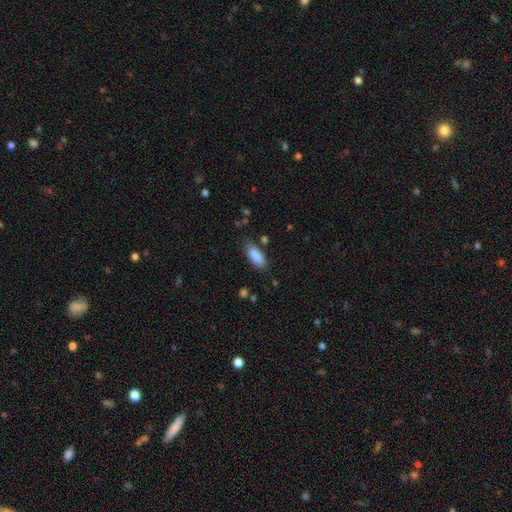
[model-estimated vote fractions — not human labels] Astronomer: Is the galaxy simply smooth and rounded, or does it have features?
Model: smooth — 87%.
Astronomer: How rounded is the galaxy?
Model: in between — 79%.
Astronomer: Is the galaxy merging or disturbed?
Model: none — 76%.